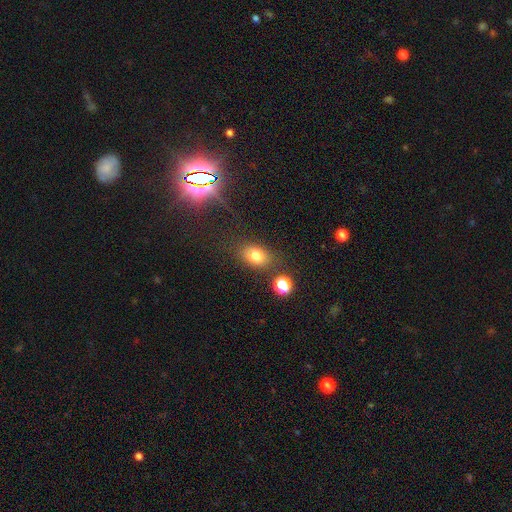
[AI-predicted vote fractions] Smooth or featured? smooth (75%)
How rounded? in between (70%)
Merging? none (78%)